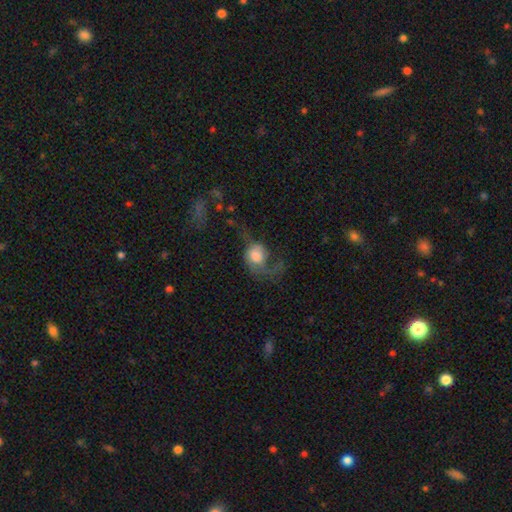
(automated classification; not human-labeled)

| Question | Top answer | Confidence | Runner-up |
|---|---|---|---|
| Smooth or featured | featured or disk | 48% | smooth (43%) |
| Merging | major disturbance | 55% | none (24%) |